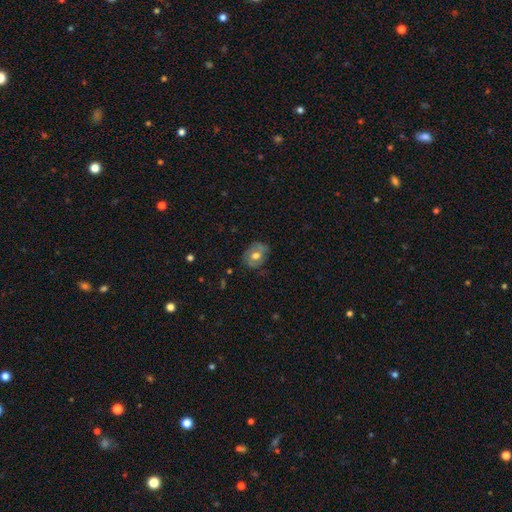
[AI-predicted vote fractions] Morphology: type=smooth (52%); roundness=in between (52%); merging=none (69%).